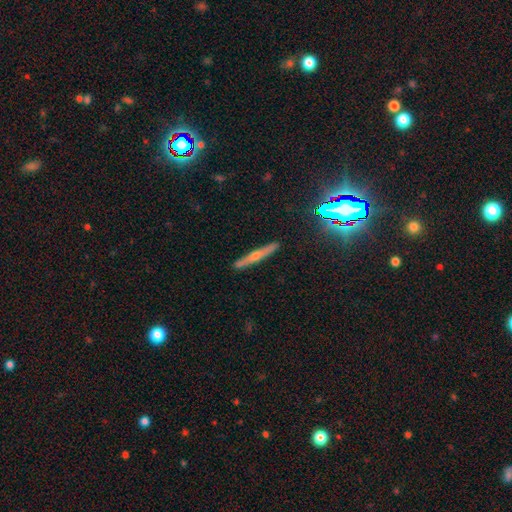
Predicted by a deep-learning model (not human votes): Morphology: type=featured or disk (60%); edge-on=yes (95%); edge-on bulge=rounded (82%); merging=none (89%).